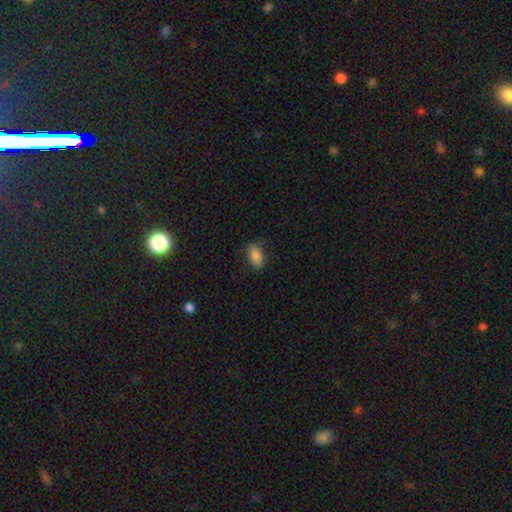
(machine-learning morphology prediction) The model was most divided on "merging": none: 81%, minor disturbance: 15%, major disturbance: 3%, merger: 1%. More confident: how rounded — in between (90%); smooth or featured — smooth (84%).